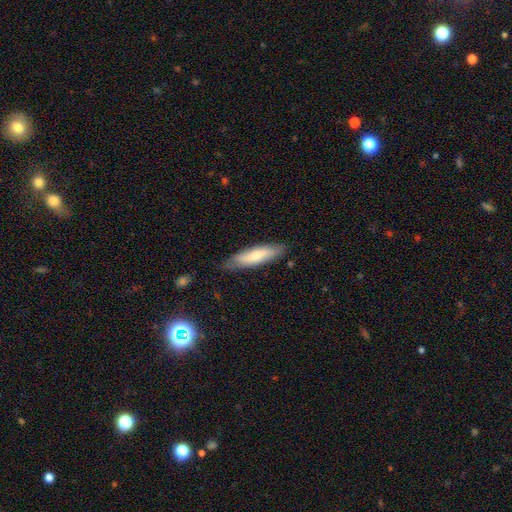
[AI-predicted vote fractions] smooth 63%, featured or disk 31%, star or artifact 6%. Down the decision tree: how rounded — cigar-shaped (64%); merging — none (80%).